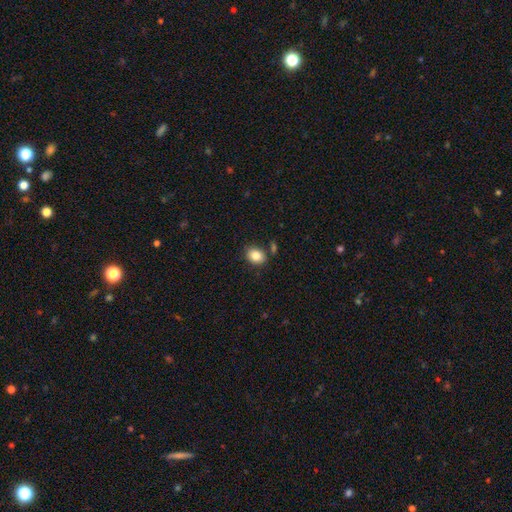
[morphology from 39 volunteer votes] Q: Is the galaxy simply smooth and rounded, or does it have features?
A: smooth — 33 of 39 (85%).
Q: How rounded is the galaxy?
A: round — 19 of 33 (58%).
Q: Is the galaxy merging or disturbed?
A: none — 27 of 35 (77%).